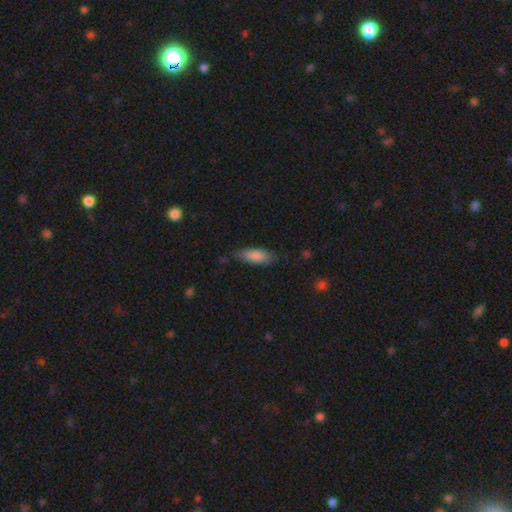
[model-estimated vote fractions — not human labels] Smooth or featured? smooth (84%)
How rounded? in between (73%)
Merging? none (73%)